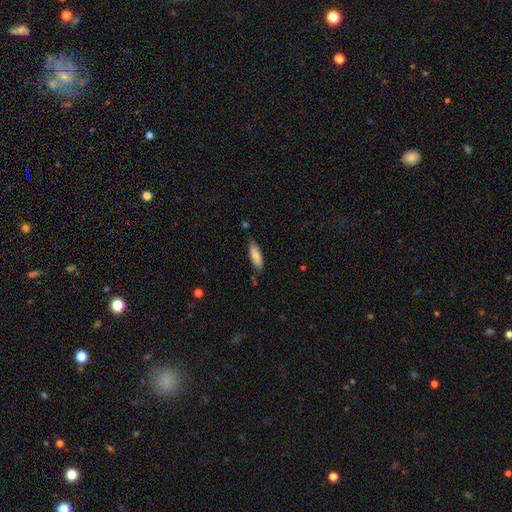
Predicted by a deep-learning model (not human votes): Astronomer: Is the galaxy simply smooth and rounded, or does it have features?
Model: smooth — 81%.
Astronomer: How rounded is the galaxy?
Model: in between — 58% (runner-up: cigar-shaped, 40%).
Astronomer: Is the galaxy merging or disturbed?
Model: none — 80%.